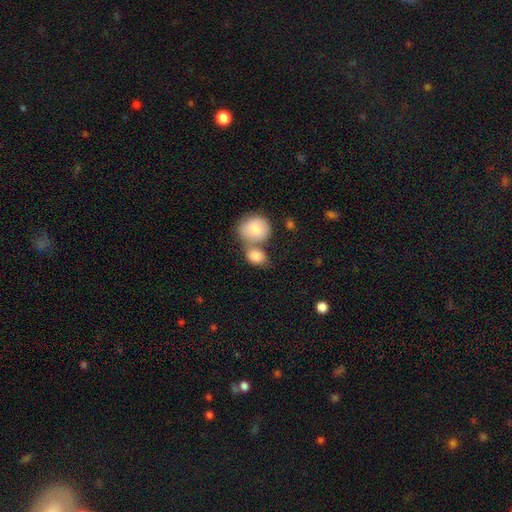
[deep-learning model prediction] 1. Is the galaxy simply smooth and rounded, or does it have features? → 84% smooth, 10% featured or disk, 7% star or artifact.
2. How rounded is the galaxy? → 53% in between, 45% round, 2% cigar-shaped.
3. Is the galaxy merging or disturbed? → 55% merger, 31% none, 10% minor disturbance, 5% major disturbance.